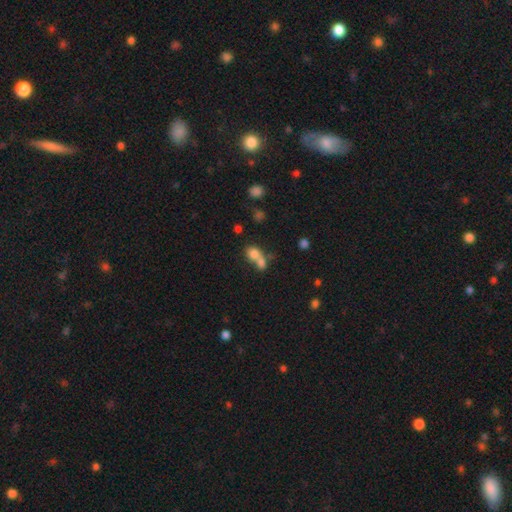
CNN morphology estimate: A smooth galaxy with no disk features (75%) that is round (54%).

Vote fractions:
- Smooth or featured? smooth: 75% / featured or disk: 14% / star or artifact: 12%
- How rounded? round: 54% / in between: 44% / cigar-shaped: 2%
- Merging? merger: 65% / none: 25% / minor disturbance: 6% / major disturbance: 4%